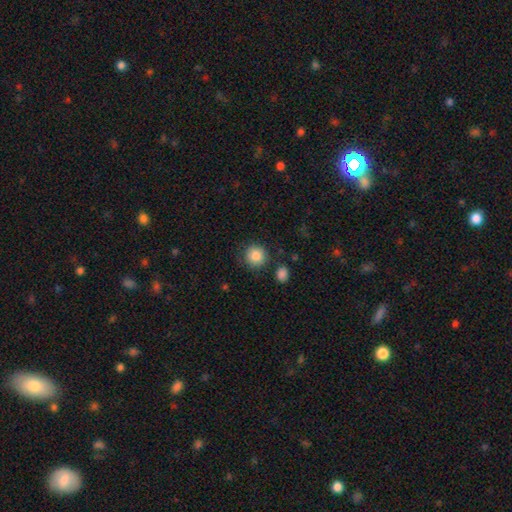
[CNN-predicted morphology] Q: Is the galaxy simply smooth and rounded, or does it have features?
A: smooth — 86%.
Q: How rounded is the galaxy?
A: round — 93%.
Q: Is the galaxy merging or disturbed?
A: none — 82%.